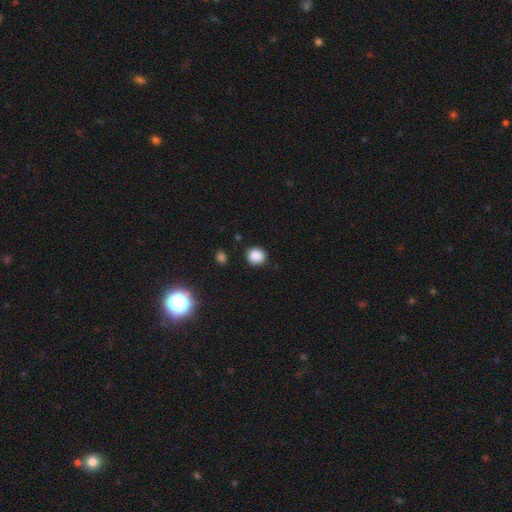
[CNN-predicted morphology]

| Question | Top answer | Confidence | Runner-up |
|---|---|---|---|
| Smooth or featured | smooth | 87% | star or artifact (11%) |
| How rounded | round | 88% | in between (11%) |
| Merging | none | 88% | minor disturbance (8%) |